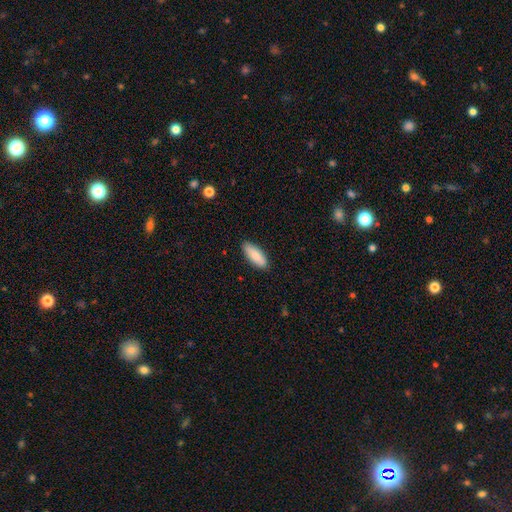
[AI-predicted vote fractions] Smooth or featured?
  - smooth: 88% *
  - featured or disk: 7%
  - star or artifact: 6%
How rounded?
  - in between: 67% *
  - cigar-shaped: 32%
  - round: 2%
Merging?
  - none: 88% *
  - minor disturbance: 9%
  - major disturbance: 2%
  - merger: 1%